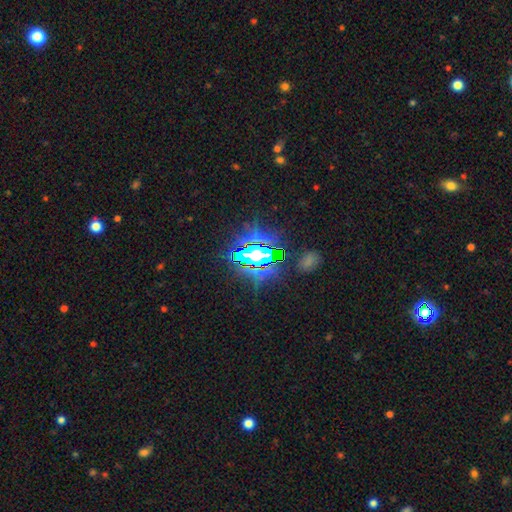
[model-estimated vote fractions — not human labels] Overall: star or artifact (83%).